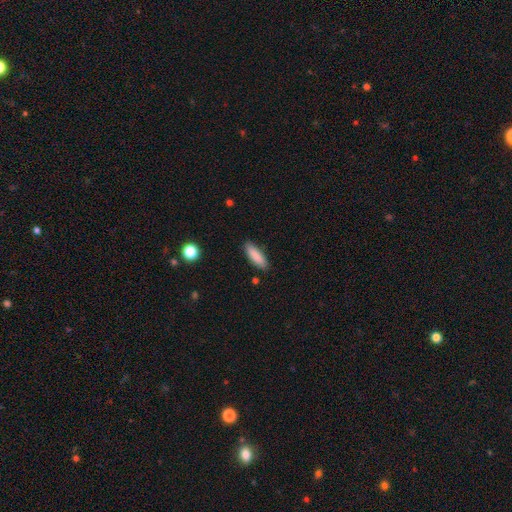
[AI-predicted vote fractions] Q: Smooth or featured?
A: smooth (87%); runner-up: star or artifact (6%)
Q: How rounded?
A: in between (50%); runner-up: cigar-shaped (48%)
Q: Merging?
A: none (86%); runner-up: minor disturbance (10%)